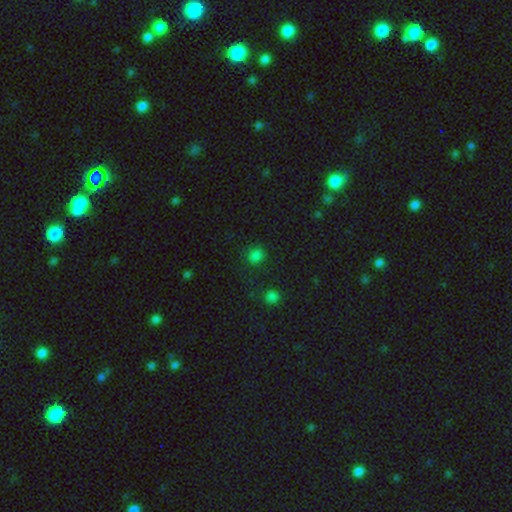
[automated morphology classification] smooth-or-featured: smooth: 78% | star or artifact: 18% | featured or disk: 3%
  how-rounded: round: 82% | in between: 17% | cigar-shaped: 1%
  merging: none: 84% | minor disturbance: 10% | major disturbance: 3% | merger: 2%